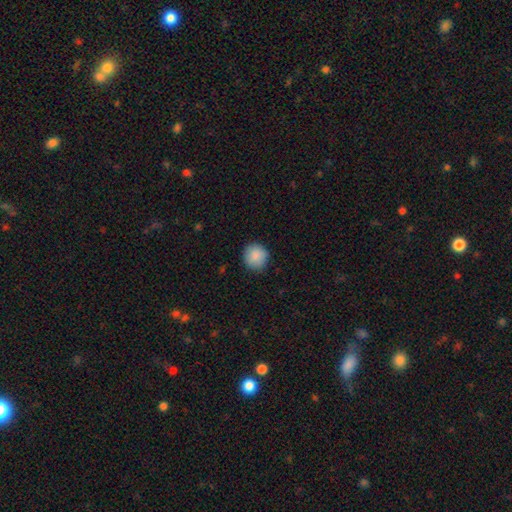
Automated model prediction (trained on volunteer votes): This appears to be a smooth galaxy with no disk features (88%) that is round (91%). Merging: none (88%).